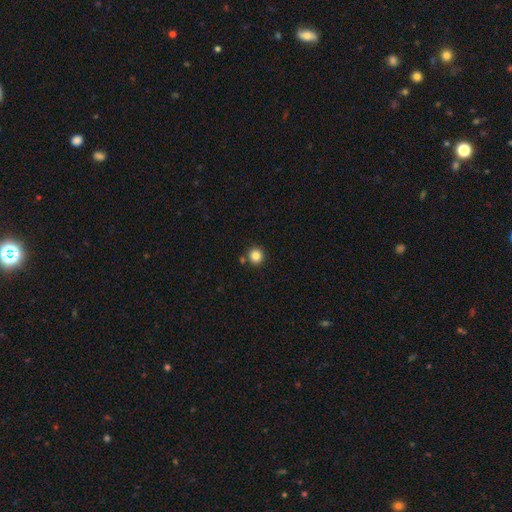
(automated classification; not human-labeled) A smooth galaxy with no disk features (84%) that is round (93%).

Vote fractions:
- Smooth or featured? smooth: 84% / star or artifact: 11% / featured or disk: 5%
- How rounded? round: 93% / in between: 6% / cigar-shaped: 1%
- Merging? none: 83% / merger: 8% / minor disturbance: 7% / major disturbance: 2%